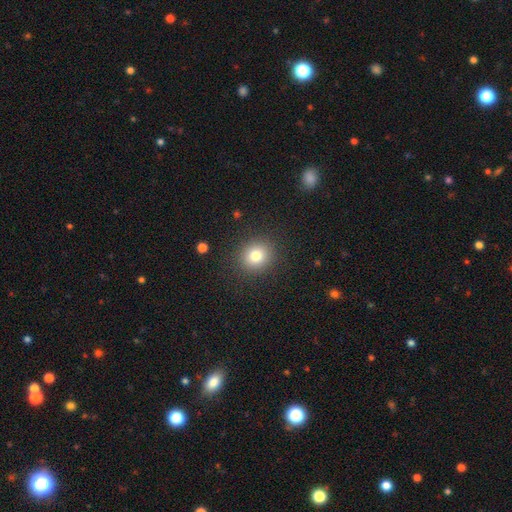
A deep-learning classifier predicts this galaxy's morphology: Q: Smooth or featured?
A: smooth (80%); runner-up: star or artifact (12%)
Q: How rounded?
A: round (83%); runner-up: in between (16%)
Q: Merging?
A: none (89%); runner-up: minor disturbance (7%)